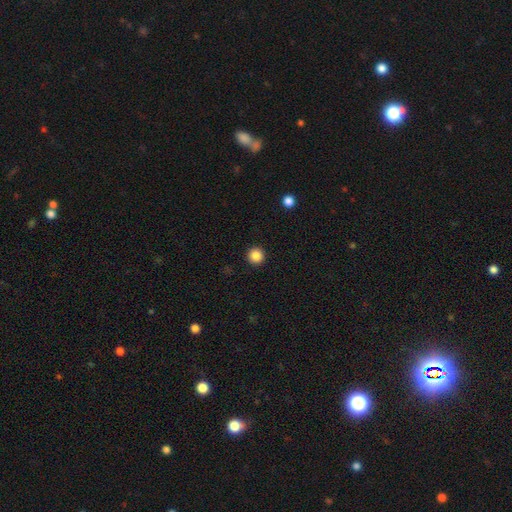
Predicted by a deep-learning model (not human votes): Smooth or featured?
  - smooth: 86% *
  - star or artifact: 11%
  - featured or disk: 4%
How rounded?
  - round: 96% *
  - in between: 3%
  - cigar-shaped: 1%
Merging?
  - none: 93% *
  - minor disturbance: 4%
  - major disturbance: 2%
  - merger: 1%